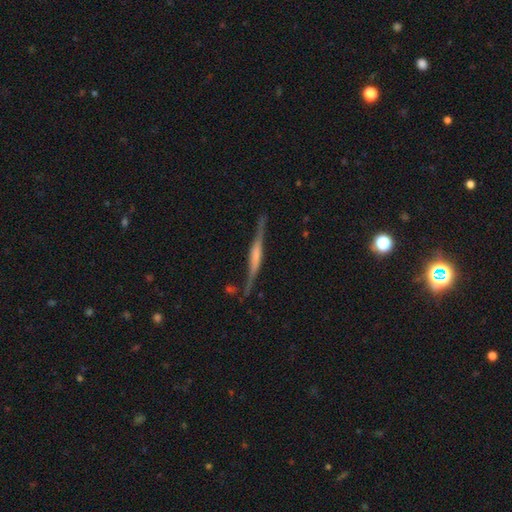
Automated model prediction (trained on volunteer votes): Smooth or featured?
  - featured or disk: 74% *
  - smooth: 20%
  - star or artifact: 6%
Edge-on disk?
  - yes: 95% *
  - no: 5%
Edge-on bulge?
  - boxy: 44% *
  - rounded: 34%
  - none: 22%
Merging?
  - none: 73% *
  - minor disturbance: 17%
  - major disturbance: 5%
  - merger: 4%